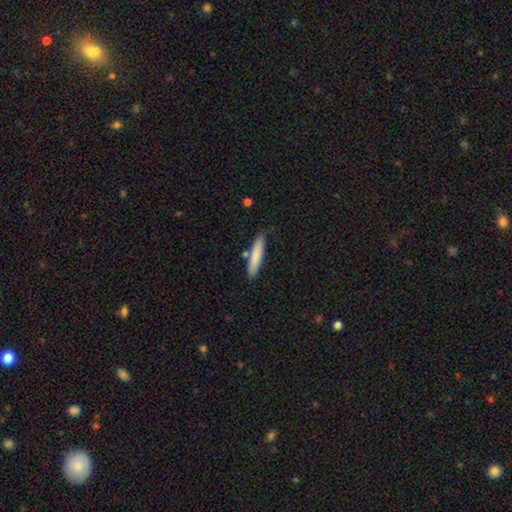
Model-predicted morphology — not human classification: A smooth galaxy with no disk features (81%) that is cigar-shaped (85%).

Vote fractions:
- Smooth or featured? smooth: 81% / featured or disk: 14% / star or artifact: 6%
- How rounded? cigar-shaped: 85% / in between: 13% / round: 1%
- Merging? none: 77% / minor disturbance: 14% / merger: 6% / major disturbance: 3%